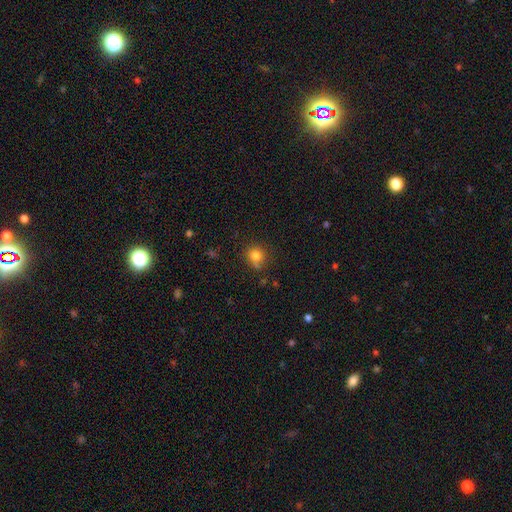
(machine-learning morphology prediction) smooth 81%, star or artifact 12%, featured or disk 7%. Down the decision tree: how rounded — round (81%); merging — none (71%).